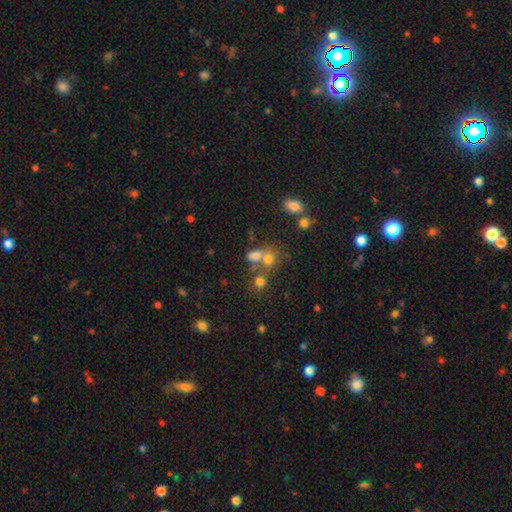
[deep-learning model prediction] A smooth galaxy with no disk features (69%) that is in between round and cigar-shaped (59%).

Vote fractions:
- Smooth or featured? smooth: 69% / star or artifact: 18% / featured or disk: 13%
- How rounded? in between: 59% / round: 38% / cigar-shaped: 2%
- Merging? merger: 46% / none: 36% / minor disturbance: 10% / major disturbance: 7%